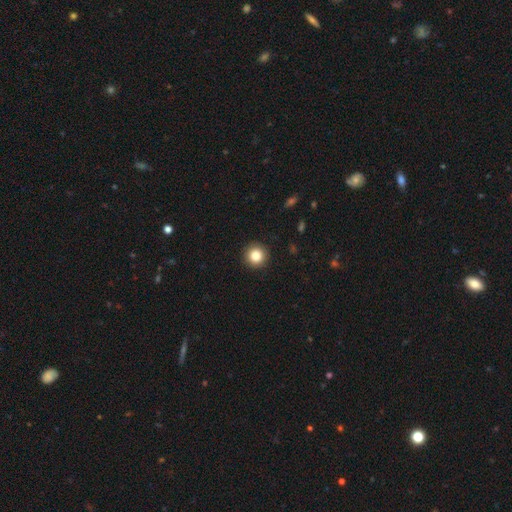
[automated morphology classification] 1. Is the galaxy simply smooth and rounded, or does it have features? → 85% smooth, 10% star or artifact, 5% featured or disk.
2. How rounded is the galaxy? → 95% round, 4% in between, 1% cigar-shaped.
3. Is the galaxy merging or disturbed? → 93% none, 5% minor disturbance, 2% major disturbance, 1% merger.